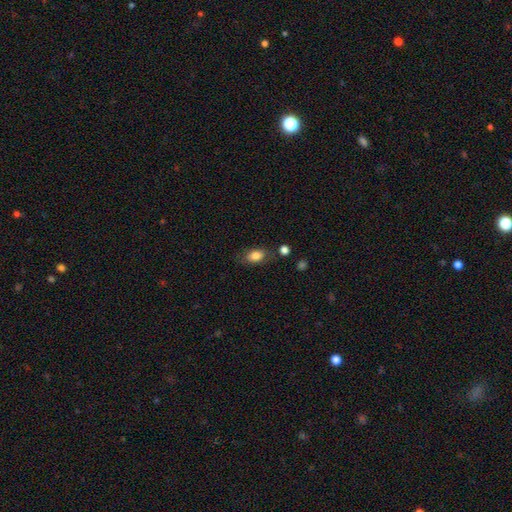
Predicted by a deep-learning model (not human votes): Smooth or featured? smooth (80%)
How rounded? in between (84%)
Merging? none (73%)